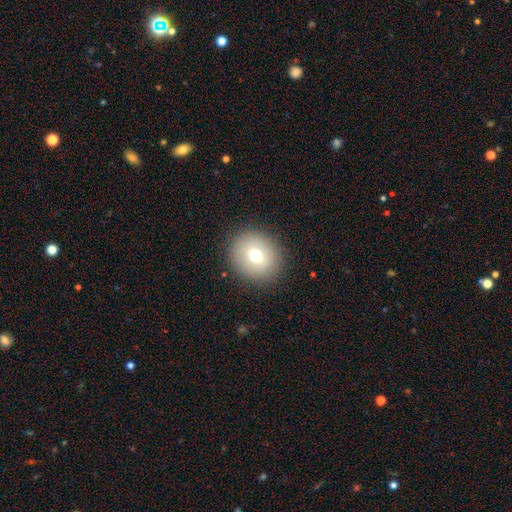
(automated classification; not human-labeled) smooth 71%, featured or disk 19%, star or artifact 10%. Down the decision tree: how rounded — round (77%); merging — none (88%).